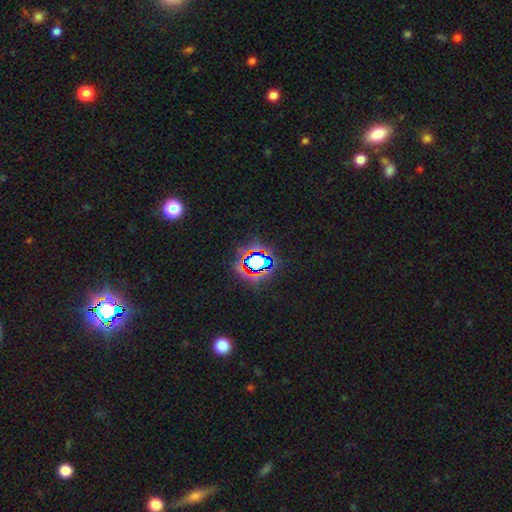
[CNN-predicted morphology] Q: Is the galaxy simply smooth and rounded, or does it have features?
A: star or artifact — 79%.